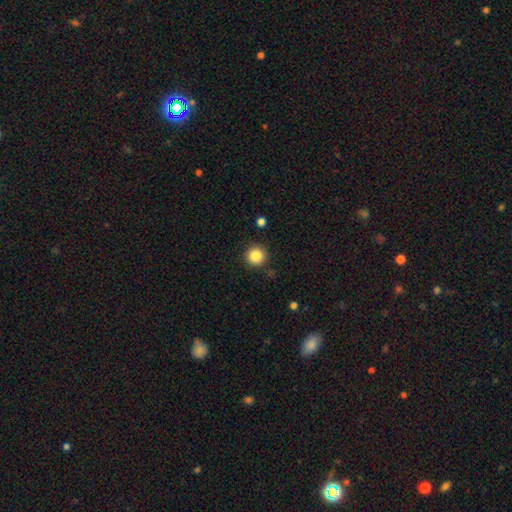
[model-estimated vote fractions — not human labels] smooth_or_featured: smooth (p=0.86) [alt: star or artifact p=0.10]
how_rounded: round (p=0.95) [alt: in between p=0.04]
merging: none (p=0.89) [alt: minor disturbance p=0.07]